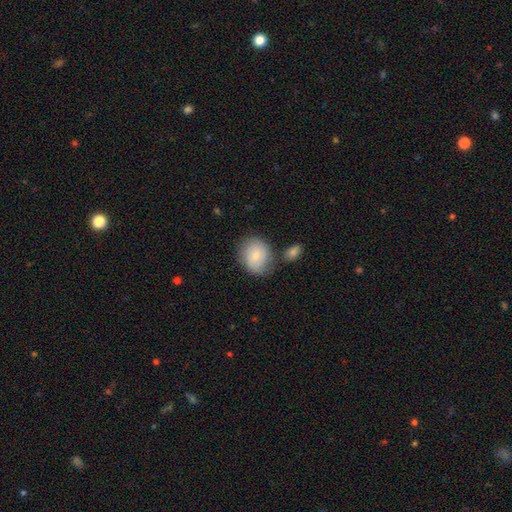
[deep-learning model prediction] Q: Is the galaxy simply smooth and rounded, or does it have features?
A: smooth — 76%.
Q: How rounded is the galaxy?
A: round — 66%.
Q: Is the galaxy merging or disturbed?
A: none — 66%.